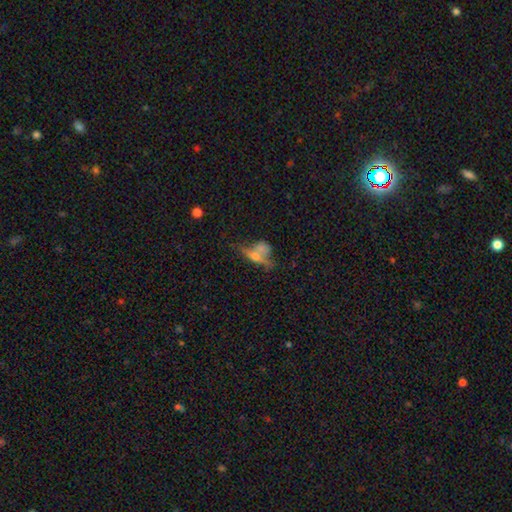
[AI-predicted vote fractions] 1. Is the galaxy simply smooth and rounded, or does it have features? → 44% featured or disk, 40% smooth, 16% star or artifact.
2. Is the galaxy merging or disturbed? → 35% merger (tied), 35% none (tied), 15% major disturbance, 14% minor disturbance.